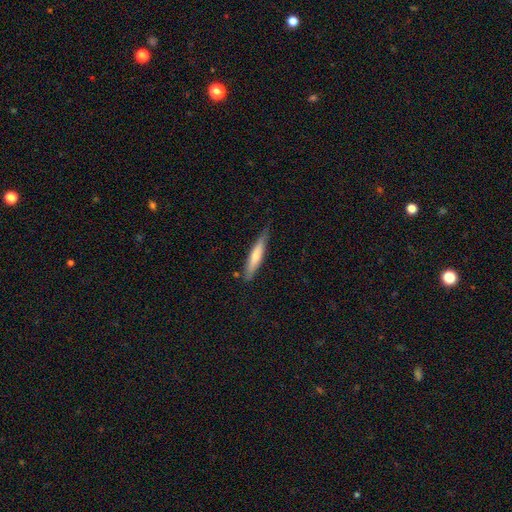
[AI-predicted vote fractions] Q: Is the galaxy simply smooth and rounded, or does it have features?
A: smooth — 64%.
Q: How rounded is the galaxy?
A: cigar-shaped — 88%.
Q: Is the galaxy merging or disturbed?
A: none — 76%.